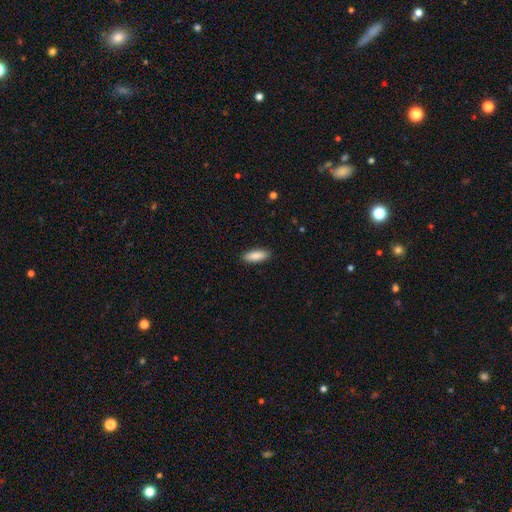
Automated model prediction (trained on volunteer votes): The model was most divided on "how rounded": in between: 71%, cigar-shaped: 27%, round: 2%. More confident: merging — none (90%); smooth or featured — smooth (89%).